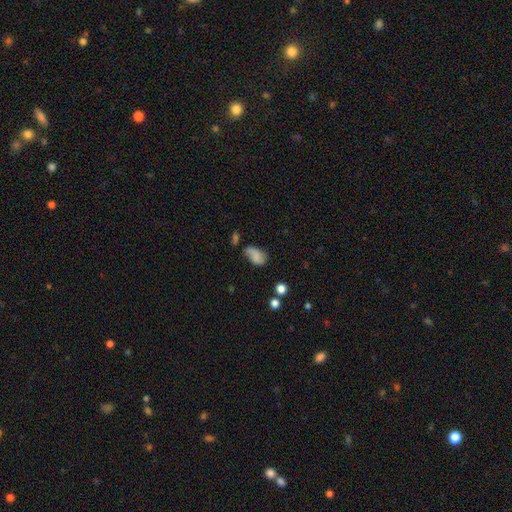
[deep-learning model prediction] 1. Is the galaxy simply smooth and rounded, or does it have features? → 59% smooth, 29% featured or disk, 11% star or artifact.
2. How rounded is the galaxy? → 84% in between, 14% round, 2% cigar-shaped.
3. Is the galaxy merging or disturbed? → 40% none, 31% minor disturbance, 20% major disturbance, 9% merger.